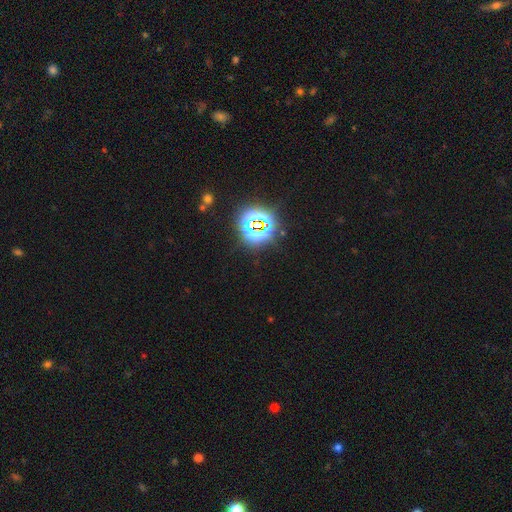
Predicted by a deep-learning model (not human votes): A star or artifact, not a galaxy (79%).